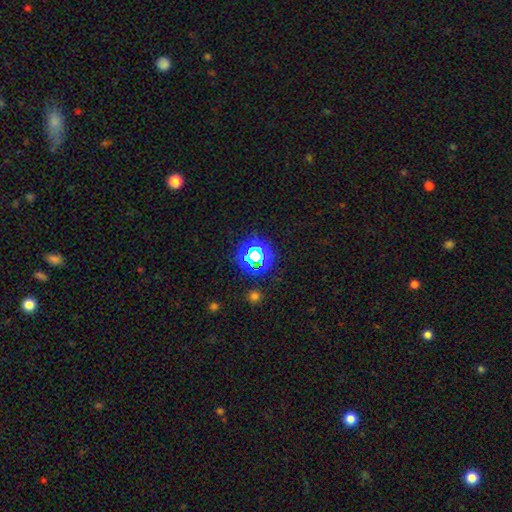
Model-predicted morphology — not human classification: This is likely a star or artifact rather than a galaxy (69%).